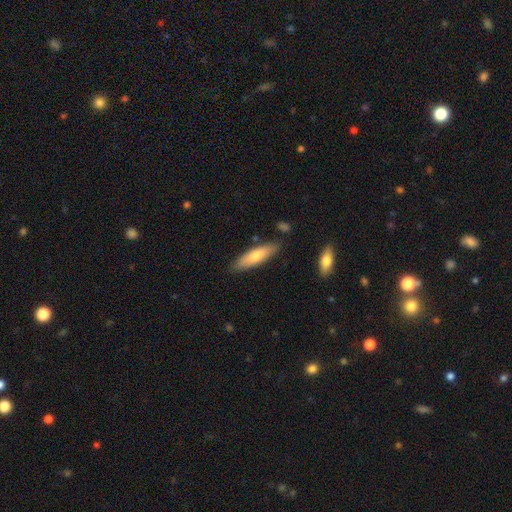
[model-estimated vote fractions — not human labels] This is likely a smooth galaxy (72%). How rounded: likely cigar-shaped (67%). Merging: clearly none (84%).